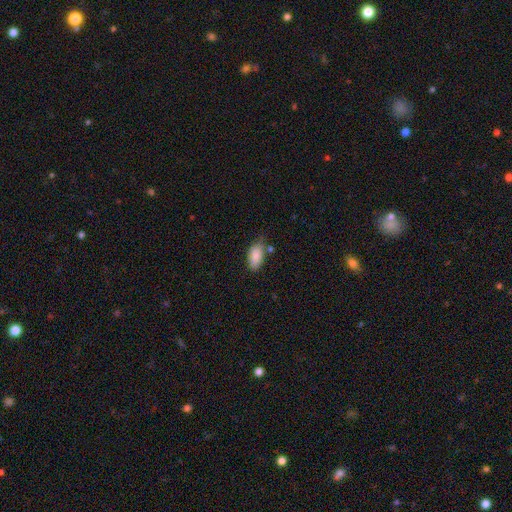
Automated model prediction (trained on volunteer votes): Morphology: type=smooth (87%); roundness=in between (92%); merging=none (63%).